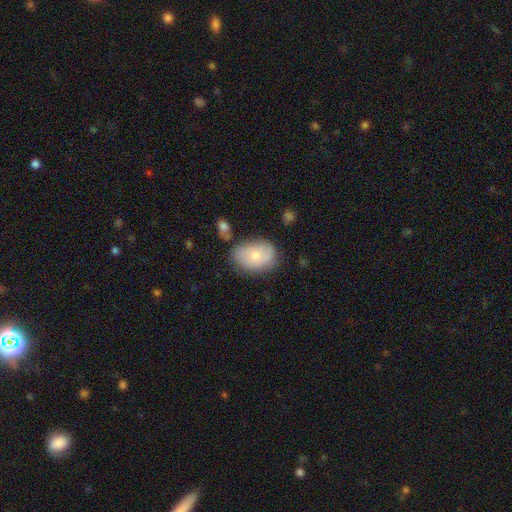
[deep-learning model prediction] Overall: smooth (70%). How rounded: in between (82%). Merging: none (63%; minor disturbance 25%).